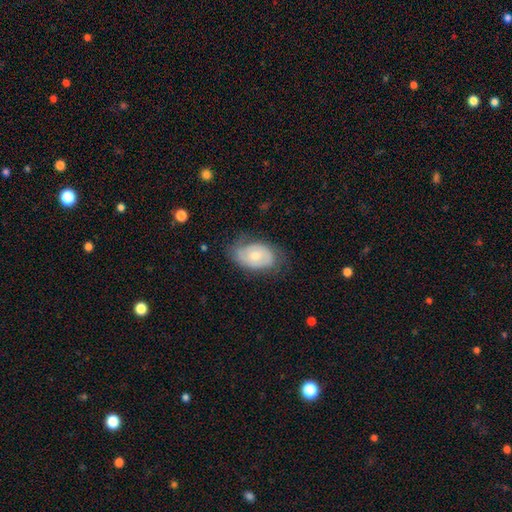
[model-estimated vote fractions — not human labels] A featured or disk galaxy (50%). Merging: none (61%).